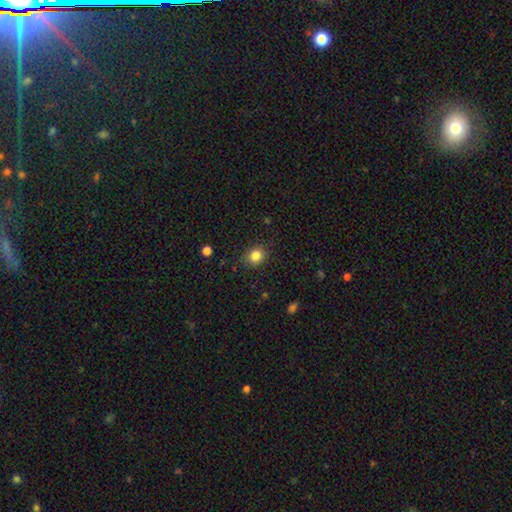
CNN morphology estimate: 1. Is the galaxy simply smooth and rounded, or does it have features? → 84% smooth, 11% star or artifact, 5% featured or disk.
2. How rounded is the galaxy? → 71% round, 28% in between, 1% cigar-shaped.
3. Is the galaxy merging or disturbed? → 85% none, 11% minor disturbance, 3% major disturbance, 1% merger.